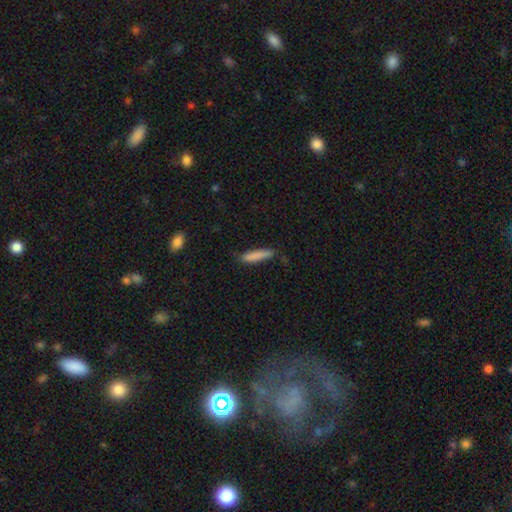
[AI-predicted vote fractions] The model was most divided on "merging": none: 77%, minor disturbance: 18%, major disturbance: 3%, merger: 2%. More confident: how rounded — cigar-shaped (86%); smooth or featured — smooth (84%).